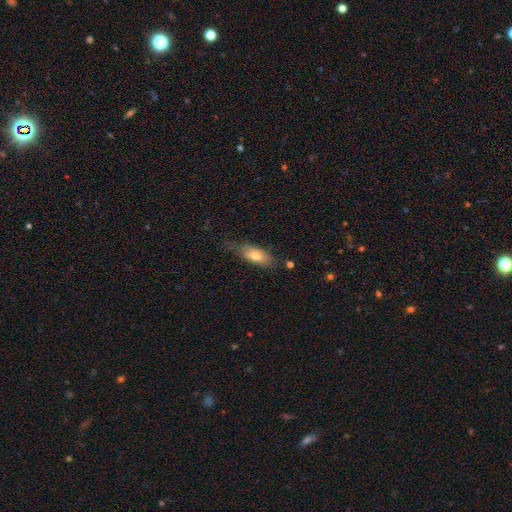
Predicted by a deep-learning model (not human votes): Smooth or featured: smooth — 71% (featured or disk — 22%)
How rounded: in between — 75% (cigar-shaped — 22%)
Merging: none — 54% (minor disturbance — 31%)